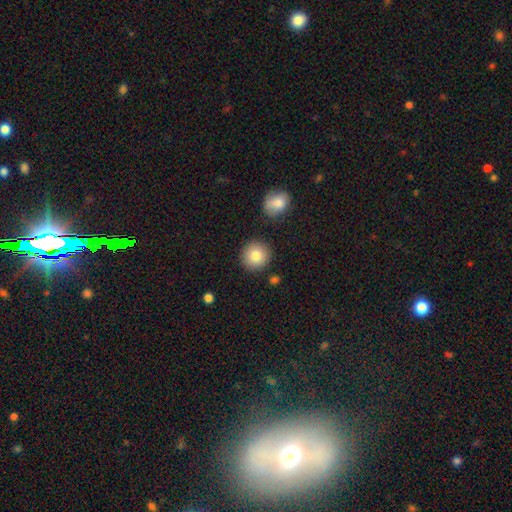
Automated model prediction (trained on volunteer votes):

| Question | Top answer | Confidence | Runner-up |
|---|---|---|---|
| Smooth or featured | smooth | 84% | star or artifact (8%) |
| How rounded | round | 91% | in between (8%) |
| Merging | none | 87% | minor disturbance (7%) |